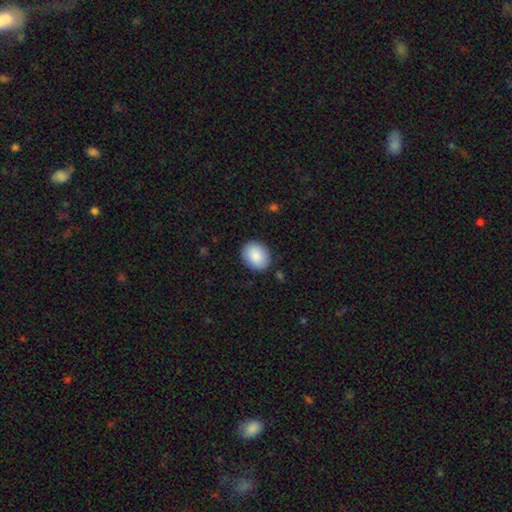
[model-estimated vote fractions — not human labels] Smooth or featured?
  - smooth: 88% *
  - star or artifact: 6%
  - featured or disk: 5%
How rounded?
  - in between: 56% *
  - round: 43%
  - cigar-shaped: 1%
Merging?
  - none: 87% *
  - minor disturbance: 9%
  - major disturbance: 2%
  - merger: 1%